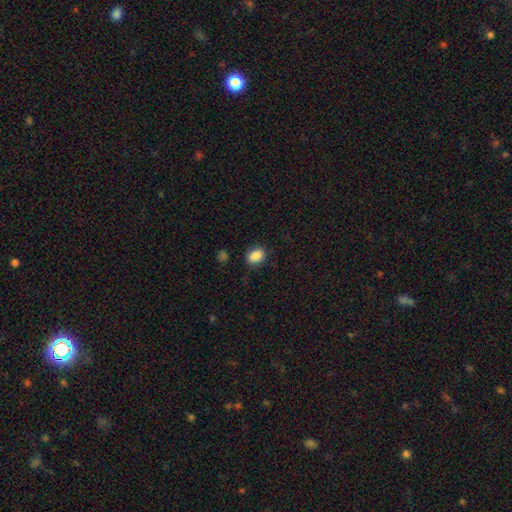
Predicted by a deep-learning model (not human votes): Overall: smooth (88%). How rounded: in between (69%; round 30%). Merging: none (84%).